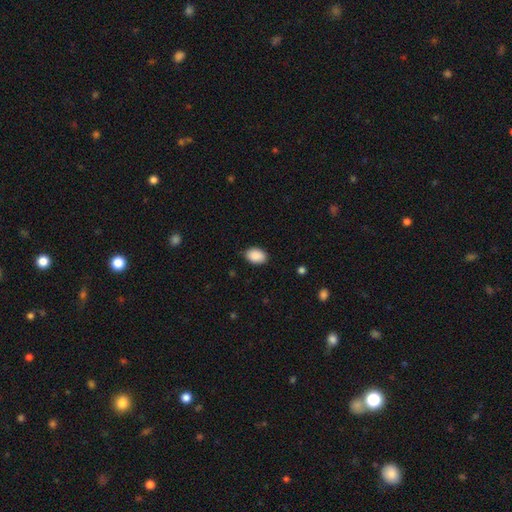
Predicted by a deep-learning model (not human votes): Overall: smooth (90%). How rounded: in between (87%). Merging: none (86%).